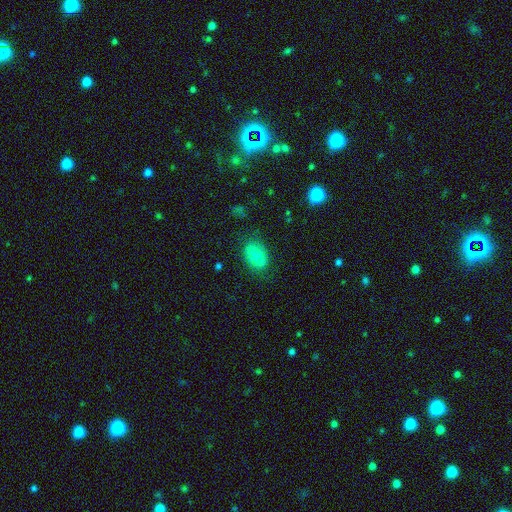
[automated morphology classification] smooth-or-featured: smooth: 81% | featured or disk: 11% | star or artifact: 8%
  how-rounded: in between: 84% | round: 15% | cigar-shaped: 1%
  merging: none: 76% | minor disturbance: 17% | major disturbance: 5% | merger: 2%